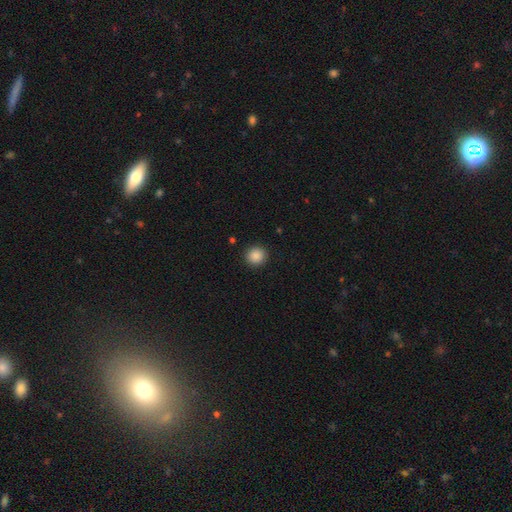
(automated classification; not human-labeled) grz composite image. It shows a smooth galaxy with no disk features (87%) that is round (91%). Merging: none (92%).